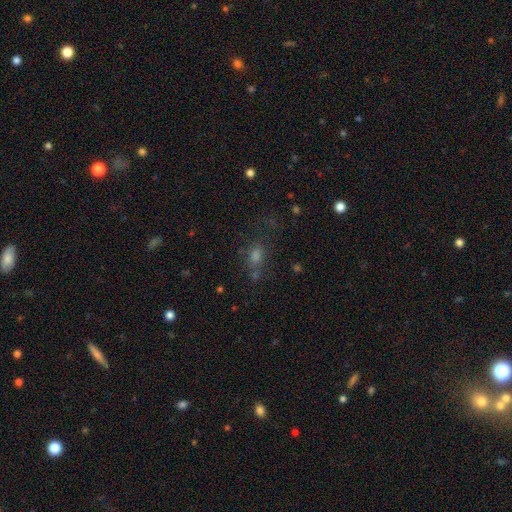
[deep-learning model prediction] smooth_or_featured: smooth (p=0.56) [alt: star or artifact p=0.28]
how_rounded: in between (p=0.65) [alt: round p=0.27]
merging: none (p=0.56) [alt: minor disturbance p=0.19]